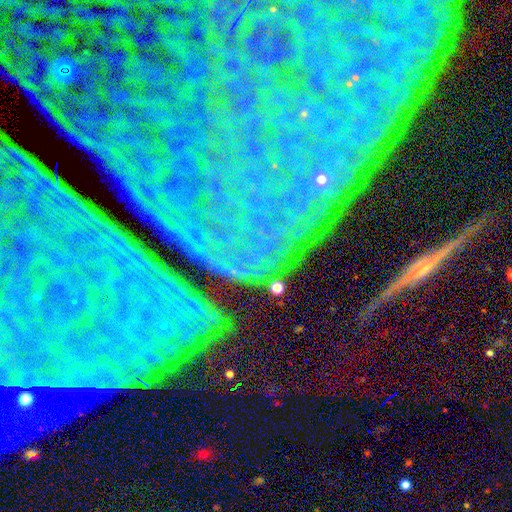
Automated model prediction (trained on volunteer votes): A star or artifact, not a galaxy (79%).

Vote fractions:
- Smooth or featured? star or artifact: 79% / featured or disk: 13% / smooth: 8%